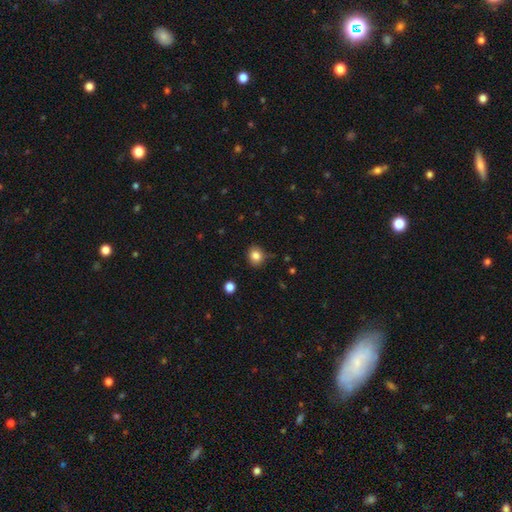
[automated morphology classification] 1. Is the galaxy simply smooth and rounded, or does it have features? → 83% smooth, 12% star or artifact, 5% featured or disk.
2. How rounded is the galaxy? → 76% round, 23% in between, 1% cigar-shaped.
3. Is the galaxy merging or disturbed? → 80% none, 15% minor disturbance, 3% major disturbance, 2% merger.